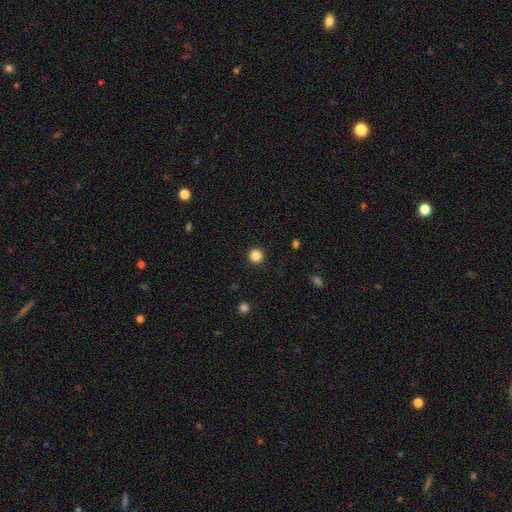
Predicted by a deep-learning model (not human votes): Q: Smooth or featured?
A: smooth (86%); runner-up: star or artifact (11%)
Q: How rounded?
A: round (96%); runner-up: in between (3%)
Q: Merging?
A: none (92%); runner-up: minor disturbance (5%)